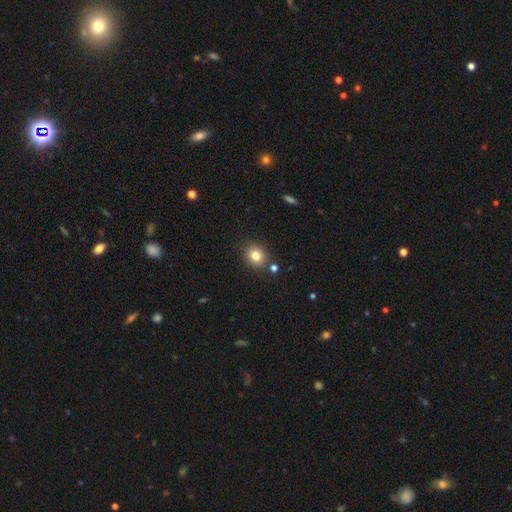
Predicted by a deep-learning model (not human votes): The model was most divided on "how rounded": round: 68%, in between: 31%, cigar-shaped: 1%. More confident: merging — none (84%); smooth or featured — smooth (81%).